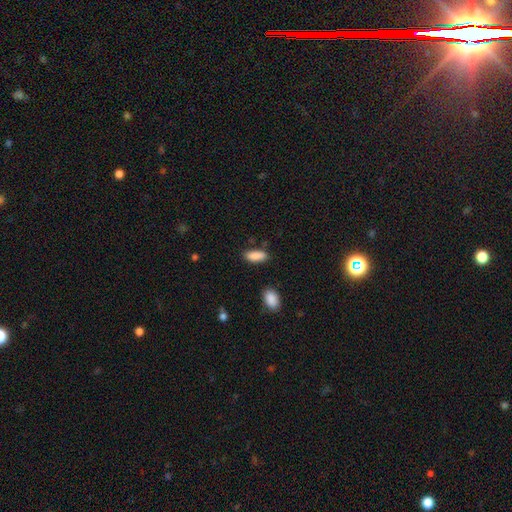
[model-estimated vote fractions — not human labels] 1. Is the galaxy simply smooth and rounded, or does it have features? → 89% smooth, 7% star or artifact, 4% featured or disk.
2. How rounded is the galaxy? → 76% in between, 22% cigar-shaped, 2% round.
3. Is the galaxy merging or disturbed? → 82% none, 13% minor disturbance, 3% major disturbance, 3% merger.